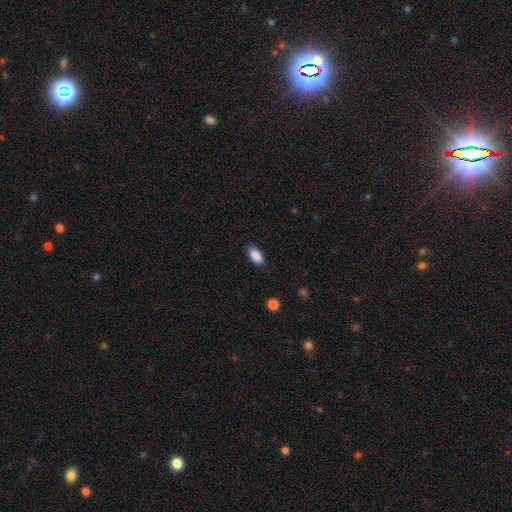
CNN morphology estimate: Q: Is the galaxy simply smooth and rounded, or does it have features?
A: smooth — 89%.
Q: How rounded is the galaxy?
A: in between — 92%.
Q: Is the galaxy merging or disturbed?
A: none — 85%.